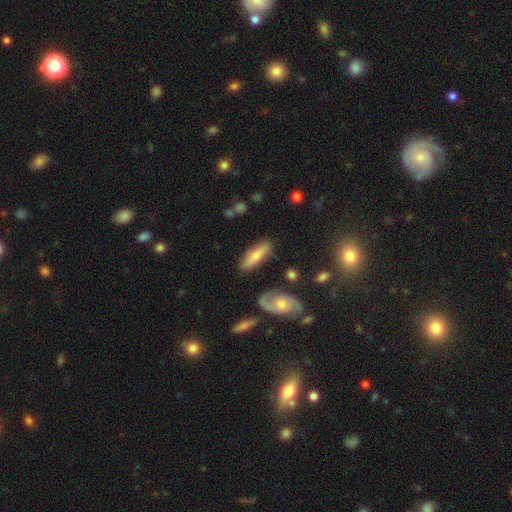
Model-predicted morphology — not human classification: Smooth or featured: smooth — 54% (featured or disk — 40%)
How rounded: cigar-shaped — 55% (in between — 42%)
Merging: none — 81% (minor disturbance — 12%)